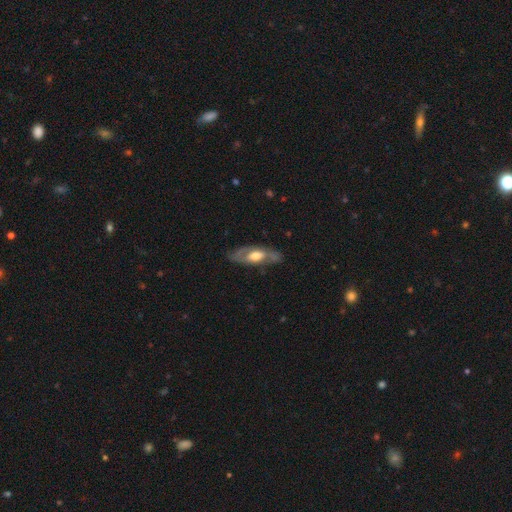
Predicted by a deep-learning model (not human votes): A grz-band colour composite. It shows a featured or disk galaxy (64%). Merging: none (72%).